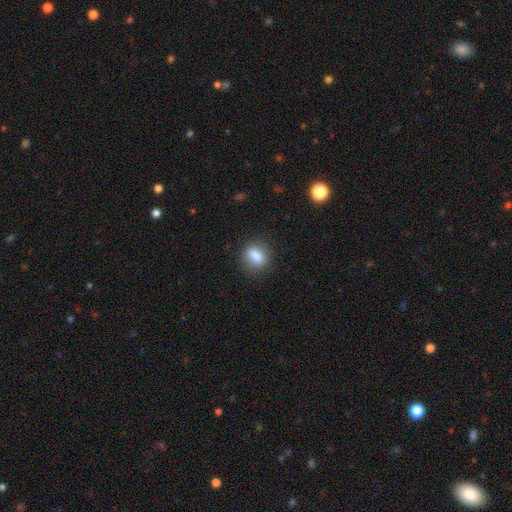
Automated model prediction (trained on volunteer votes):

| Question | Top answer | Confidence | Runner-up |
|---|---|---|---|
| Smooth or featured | smooth | 83% | star or artifact (9%) |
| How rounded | in between | 63% | round (33%) |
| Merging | none | 84% | minor disturbance (11%) |